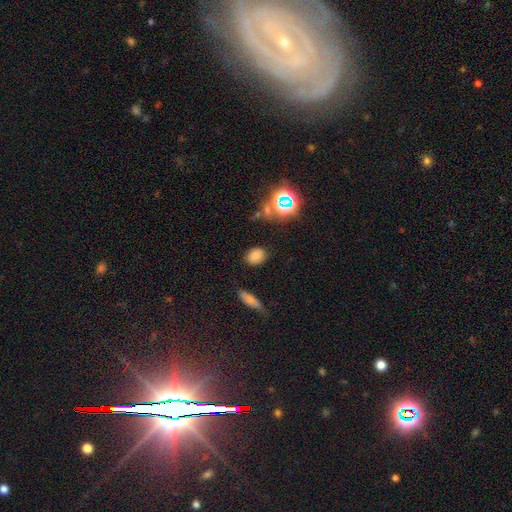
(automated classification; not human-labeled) Smooth or featured? Predicted: smooth (p=0.77). How rounded? Predicted: in between (p=0.60). Merging? Predicted: none (p=0.83).